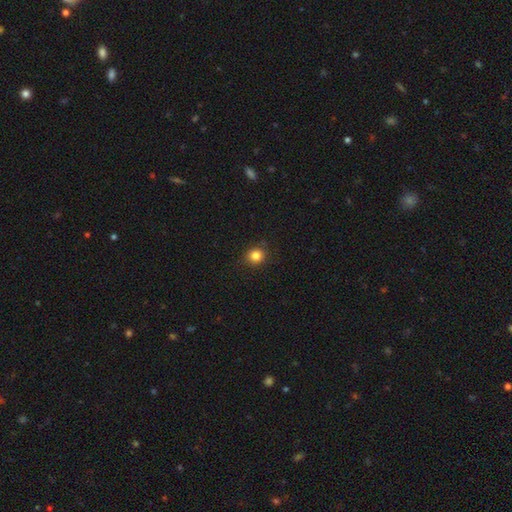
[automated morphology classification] Smooth or featured? Predicted: smooth (p=0.83). How rounded? Predicted: round (p=0.84). Merging? Predicted: none (p=0.88).